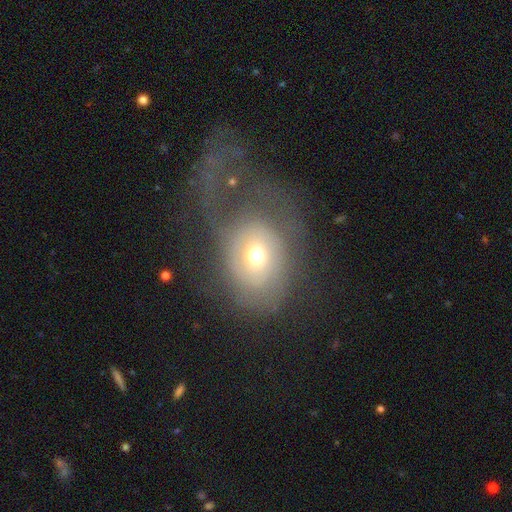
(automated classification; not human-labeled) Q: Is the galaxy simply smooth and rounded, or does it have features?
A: smooth — 46%.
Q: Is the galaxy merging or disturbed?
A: major disturbance — 51%.